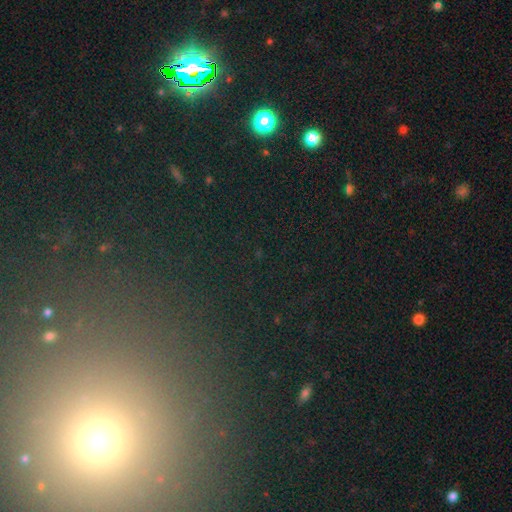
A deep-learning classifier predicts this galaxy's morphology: A star or artifact, not a galaxy (73%).